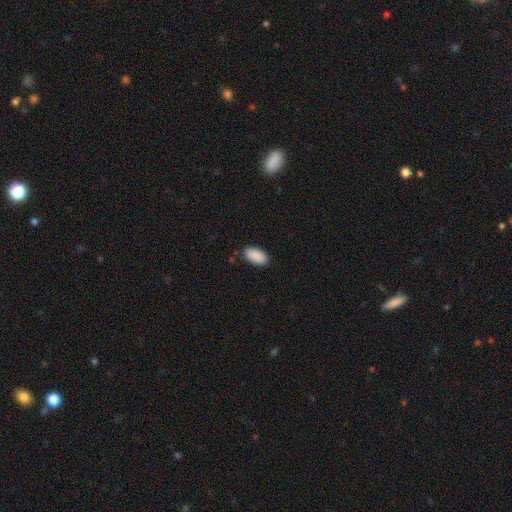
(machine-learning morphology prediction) Smooth or featured?
  - smooth: 90% *
  - star or artifact: 7%
  - featured or disk: 3%
How rounded?
  - in between: 95% *
  - cigar-shaped: 3%
  - round: 2%
Merging?
  - none: 86% *
  - minor disturbance: 11%
  - major disturbance: 2%
  - merger: 1%